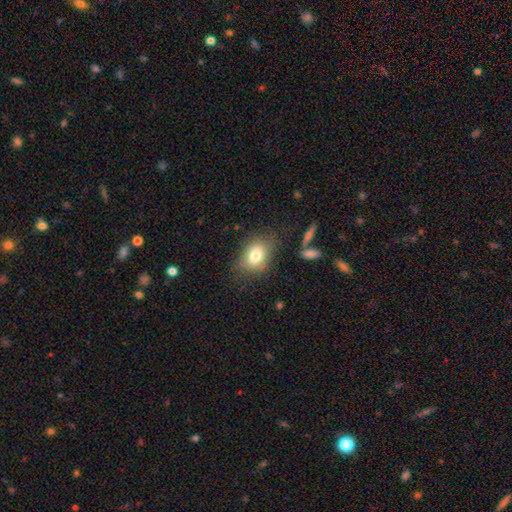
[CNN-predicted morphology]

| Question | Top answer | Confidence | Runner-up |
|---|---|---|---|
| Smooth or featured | smooth | 80% | featured or disk (12%) |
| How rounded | in between | 73% | round (25%) |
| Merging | none | 71% | minor disturbance (19%) |